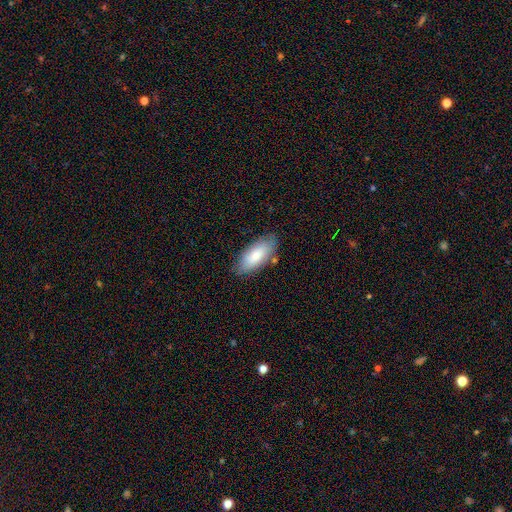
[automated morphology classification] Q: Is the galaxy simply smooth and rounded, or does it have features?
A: smooth — 79%.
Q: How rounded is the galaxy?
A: in between — 86%.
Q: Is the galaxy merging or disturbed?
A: none — 78%.